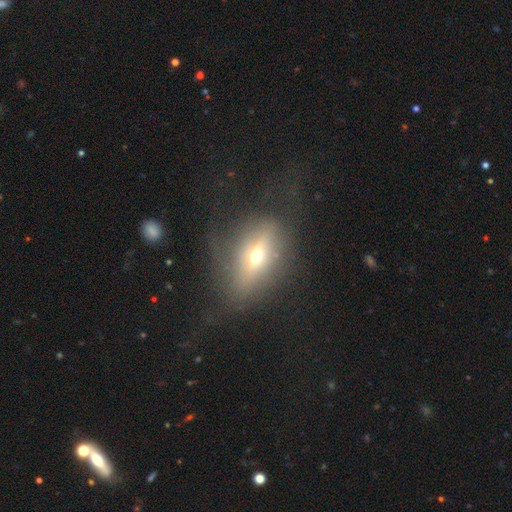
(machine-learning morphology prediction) This appears to be a featured or disk galaxy (44%). Merging: none (54%).